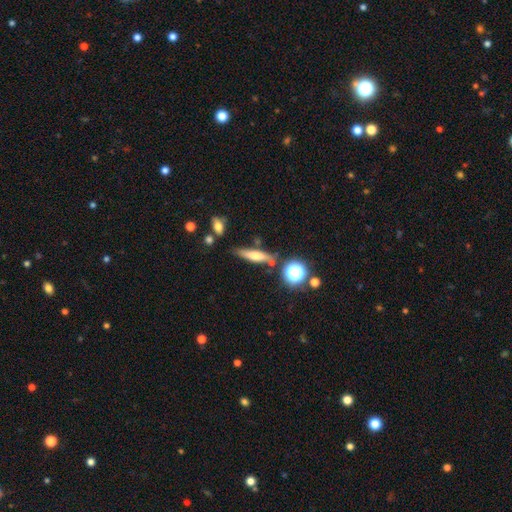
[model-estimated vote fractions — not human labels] A smooth galaxy with no disk features (58%) that is cigar-shaped (75%).

Vote fractions:
- Smooth or featured? smooth: 58% / featured or disk: 31% / star or artifact: 11%
- How rounded? cigar-shaped: 75% / in between: 21% / round: 4%
- Merging? none: 72% / minor disturbance: 15% / merger: 8% / major disturbance: 4%